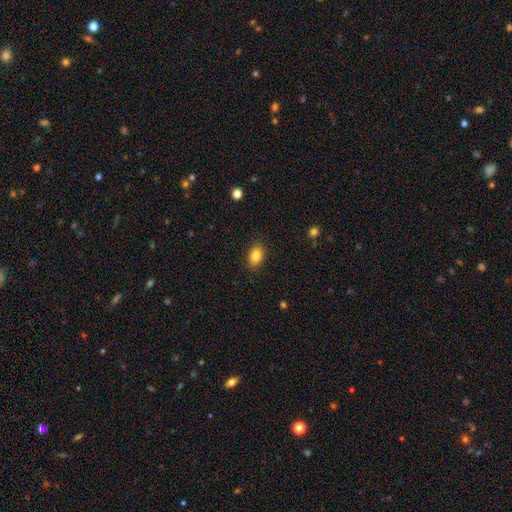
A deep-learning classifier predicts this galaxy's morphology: smooth 84%, star or artifact 8%, featured or disk 7%. Down the decision tree: how rounded — in between (85%); merging — none (87%).